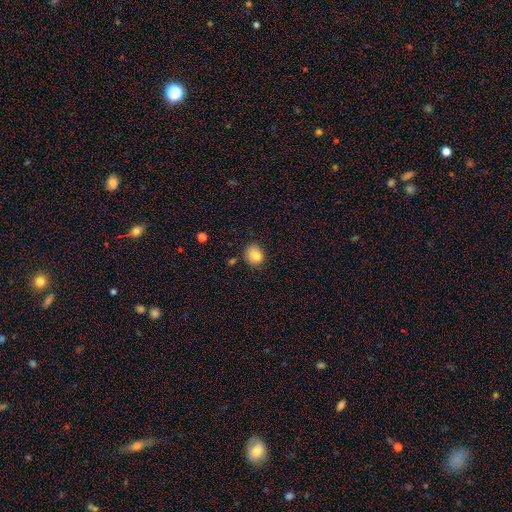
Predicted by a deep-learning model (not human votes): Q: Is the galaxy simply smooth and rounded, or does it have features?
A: smooth — 81%.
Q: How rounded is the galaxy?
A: round — 63%.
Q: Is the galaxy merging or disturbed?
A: none — 67%.